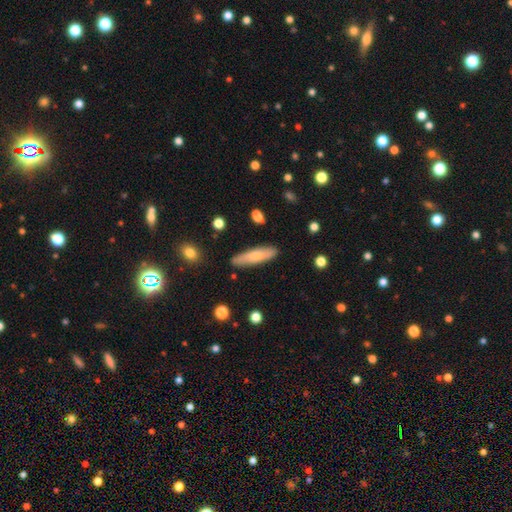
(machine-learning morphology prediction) Smooth or featured? smooth (71%)
How rounded? cigar-shaped (73%)
Merging? none (84%)